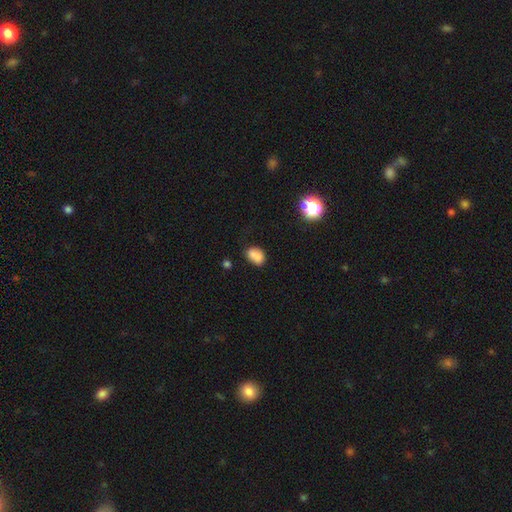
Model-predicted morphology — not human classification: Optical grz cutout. It shows a smooth galaxy with no disk features (78%) that is in between round and cigar-shaped (70%). Merging: none (54%).